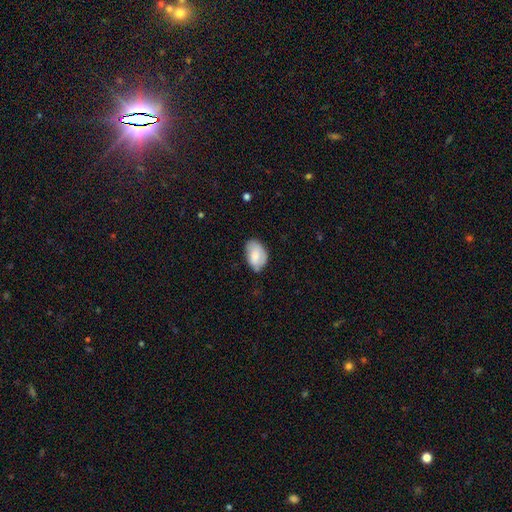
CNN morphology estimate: smooth 74%, featured or disk 19%, star or artifact 7%. Down the decision tree: how rounded — in between (89%); merging — none (61%).